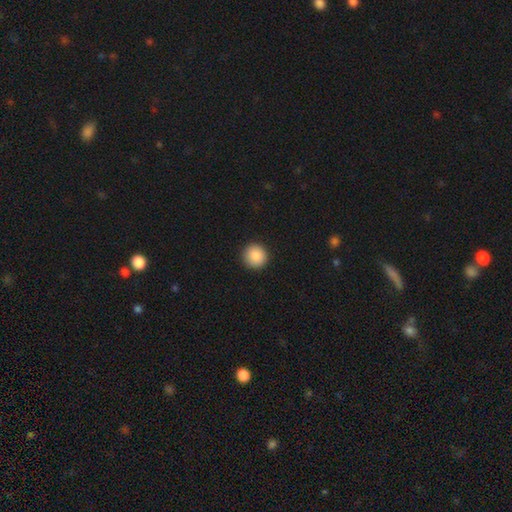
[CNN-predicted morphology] Q: Smooth or featured?
A: smooth (88%); runner-up: star or artifact (8%)
Q: How rounded?
A: round (95%); runner-up: in between (4%)
Q: Merging?
A: none (93%); runner-up: minor disturbance (5%)